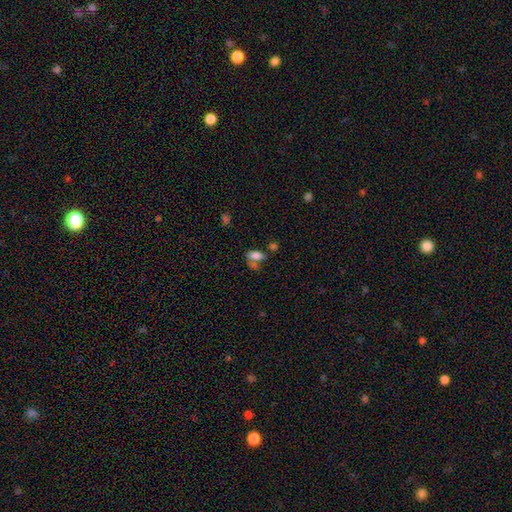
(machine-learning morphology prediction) This is likely a smooth galaxy (77%). How rounded: clearly in between (87%). Merging: marginally none (40%).